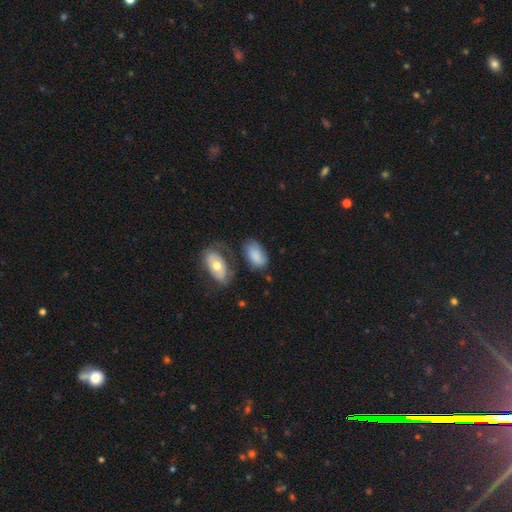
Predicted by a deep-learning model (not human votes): Smooth or featured? Predicted: smooth (p=0.80). How rounded? Predicted: in between (p=0.93). Merging? Predicted: none (p=0.54).